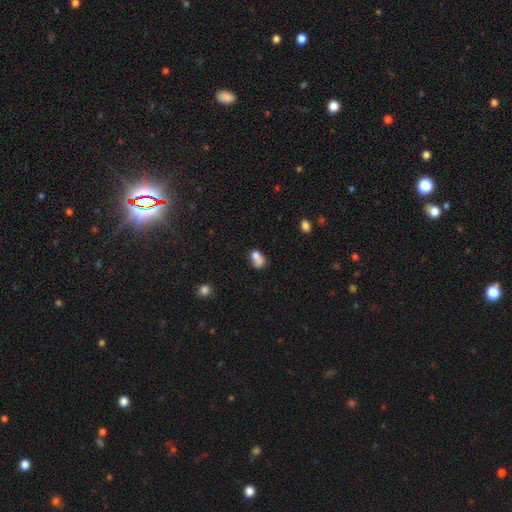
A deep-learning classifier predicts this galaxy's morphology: The model was most divided on "merging": merger: 42%, none: 30%, minor disturbance: 18%, major disturbance: 10%. More confident: smooth or featured — smooth (74%); how rounded — in between (73%).